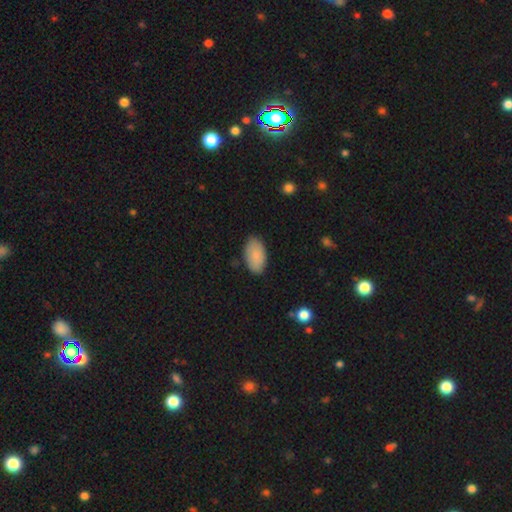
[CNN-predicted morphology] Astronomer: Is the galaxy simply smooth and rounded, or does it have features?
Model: smooth — 87%.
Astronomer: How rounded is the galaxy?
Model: in between — 95%.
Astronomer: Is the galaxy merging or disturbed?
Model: none — 84%.